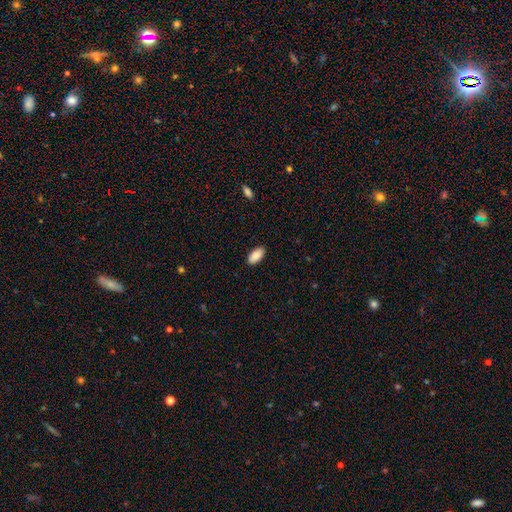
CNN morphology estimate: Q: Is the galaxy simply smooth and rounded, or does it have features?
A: smooth — 89%.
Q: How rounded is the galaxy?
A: in between — 93%.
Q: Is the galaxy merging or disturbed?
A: none — 88%.